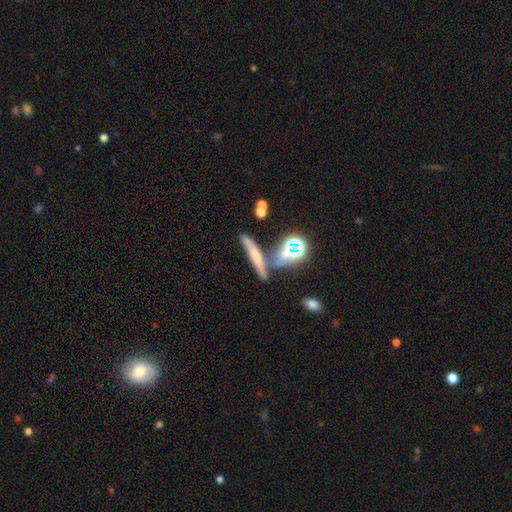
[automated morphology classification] Smooth or featured: smooth — 51% (featured or disk — 31%)
How rounded: cigar-shaped — 77% (in between — 15%)
Merging: none — 58% (merger — 21%)